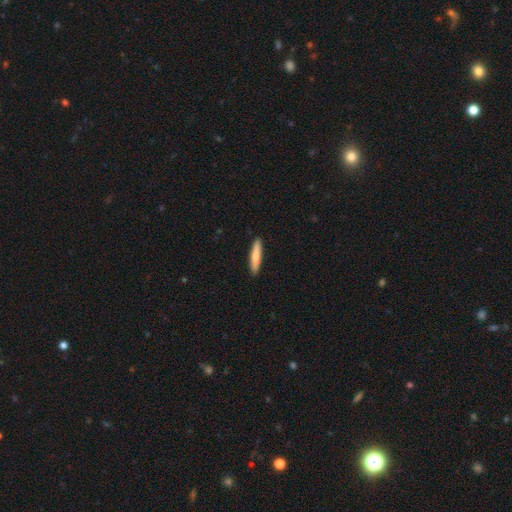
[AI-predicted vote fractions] Smooth or featured?
  - smooth: 79% *
  - featured or disk: 16%
  - star or artifact: 5%
How rounded?
  - cigar-shaped: 89% *
  - in between: 9%
  - round: 1%
Merging?
  - none: 91% *
  - minor disturbance: 7%
  - major disturbance: 1%
  - merger: 1%